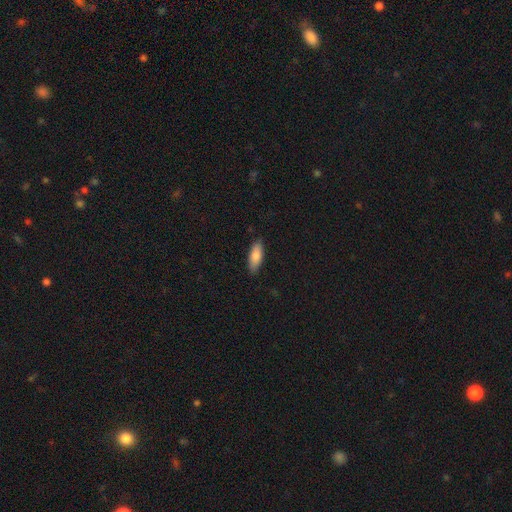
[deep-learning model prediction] Smooth or featured: smooth — 84% (featured or disk — 10%)
How rounded: in between — 73% (cigar-shaped — 25%)
Merging: none — 87% (minor disturbance — 10%)